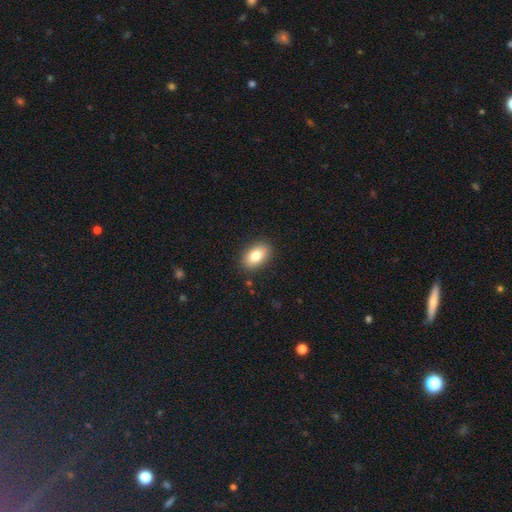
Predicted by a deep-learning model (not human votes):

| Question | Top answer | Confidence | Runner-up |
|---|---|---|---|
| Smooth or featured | smooth | 83% | featured or disk (10%) |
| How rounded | in between | 88% | round (10%) |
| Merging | none | 86% | minor disturbance (10%) |